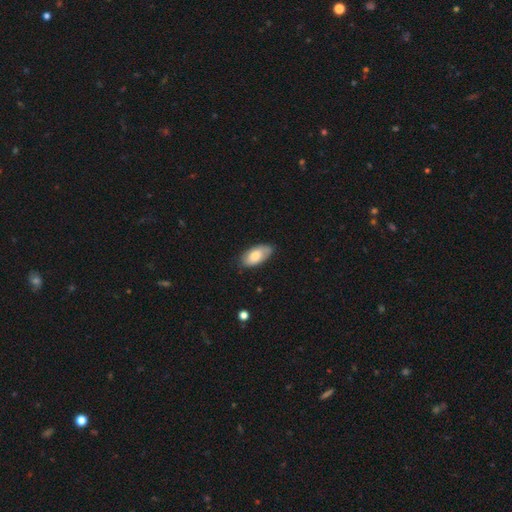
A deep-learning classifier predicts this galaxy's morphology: Smooth or featured? Predicted: smooth (p=0.74). How rounded? Predicted: in between (p=0.93). Merging? Predicted: none (p=0.77).